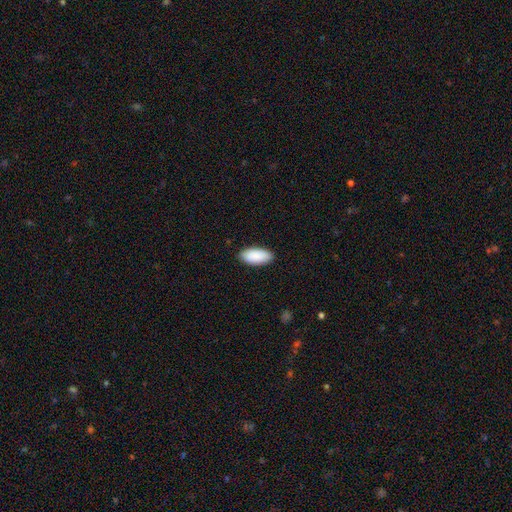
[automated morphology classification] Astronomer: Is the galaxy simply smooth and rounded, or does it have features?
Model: smooth — 91%.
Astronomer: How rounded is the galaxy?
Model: in between — 93%.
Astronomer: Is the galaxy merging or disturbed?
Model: none — 88%.